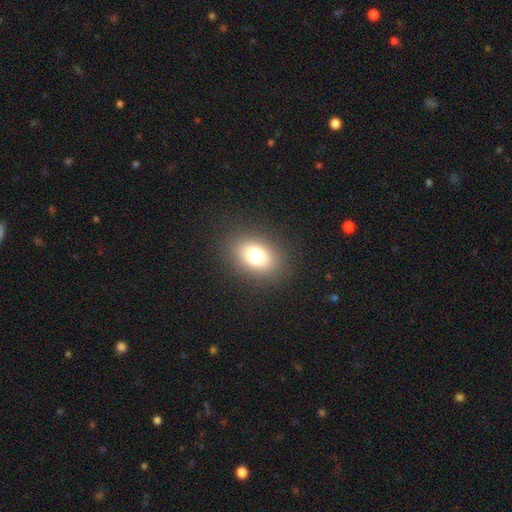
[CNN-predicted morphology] This is likely a smooth galaxy (74%). How rounded: likely in between (69%). Merging: clearly none (87%).